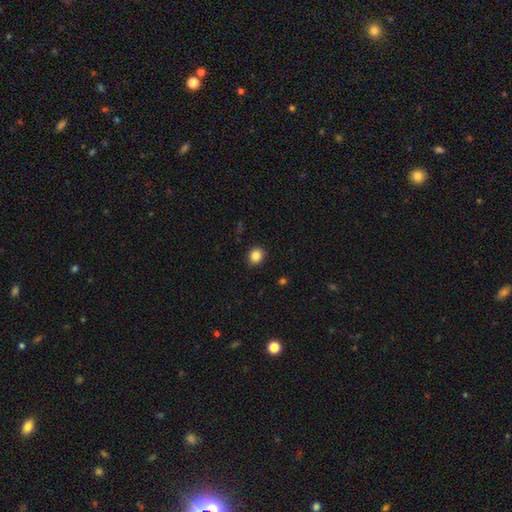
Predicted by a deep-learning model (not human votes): The model was most divided on "how rounded": round: 73%, in between: 26%, cigar-shaped: 1%. More confident: merging — none (91%); smooth or featured — smooth (86%).